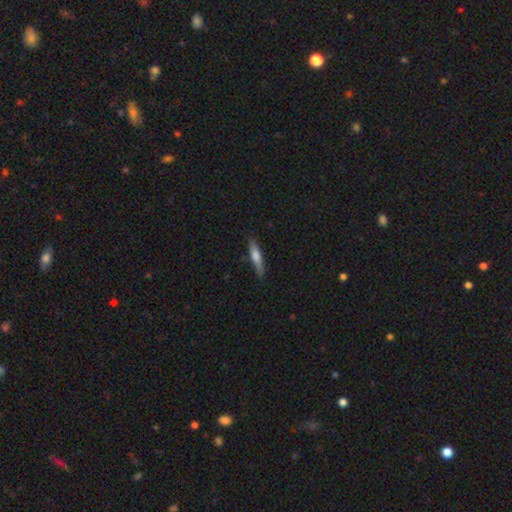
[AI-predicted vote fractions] Smooth or featured: smooth — 63% (featured or disk — 31%)
How rounded: cigar-shaped — 83% (in between — 15%)
Merging: none — 81% (minor disturbance — 15%)